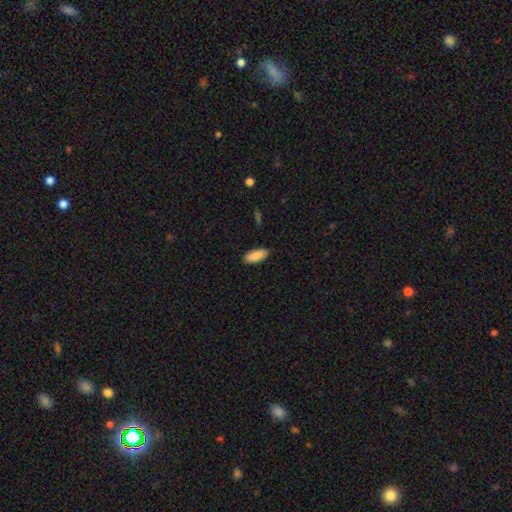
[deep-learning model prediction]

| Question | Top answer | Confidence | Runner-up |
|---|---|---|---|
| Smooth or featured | smooth | 90% | star or artifact (6%) |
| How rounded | in between | 85% | cigar-shaped (13%) |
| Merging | none | 89% | minor disturbance (8%) |